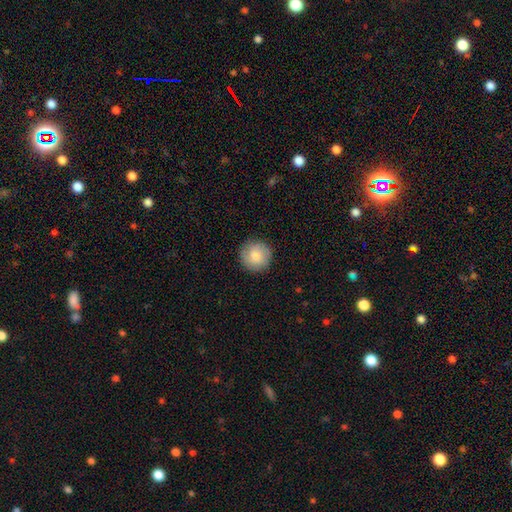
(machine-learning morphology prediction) smooth_or_featured: smooth (p=0.79) [alt: featured or disk p=0.14]
how_rounded: round (p=0.95) [alt: in between p=0.04]
merging: none (p=0.89) [alt: minor disturbance p=0.08]